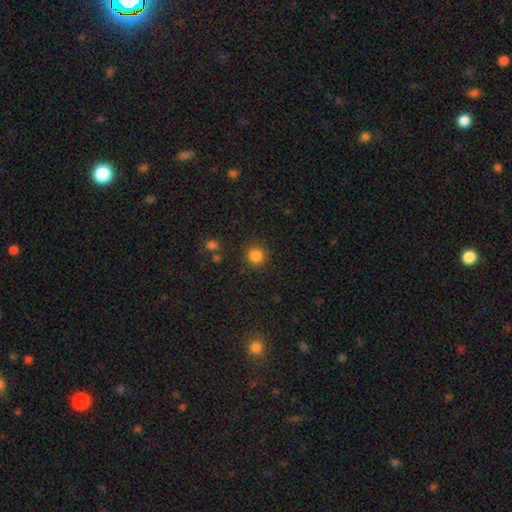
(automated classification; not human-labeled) Smooth or featured? smooth (85%)
How rounded? round (93%)
Merging? none (87%)